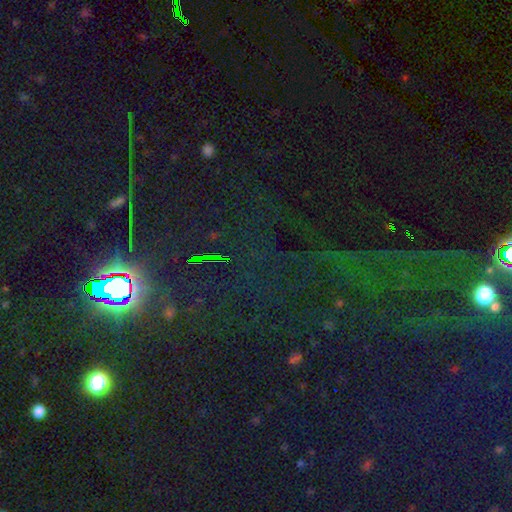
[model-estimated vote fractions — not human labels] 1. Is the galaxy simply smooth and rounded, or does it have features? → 83% star or artifact, 10% smooth, 7% featured or disk.